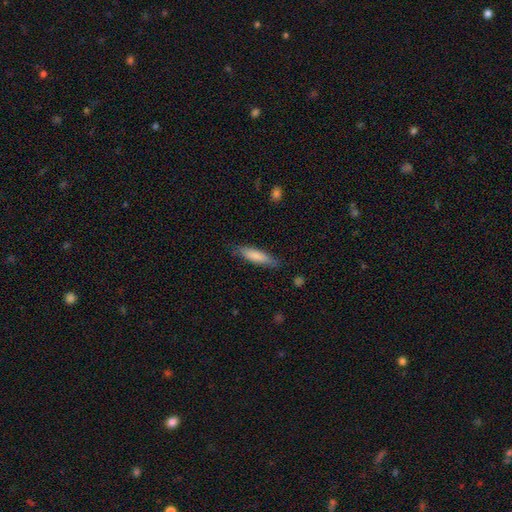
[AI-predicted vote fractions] Smooth or featured? Predicted: smooth (p=0.80). How rounded? Predicted: cigar-shaped (p=0.72). Merging? Predicted: none (p=0.80).